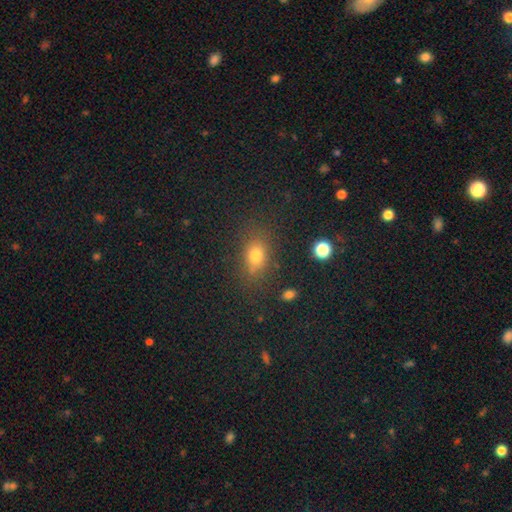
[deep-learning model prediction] Smooth or featured: smooth — 72% (star or artifact — 18%)
How rounded: in between — 65% (round — 30%)
Merging: none — 78% (minor disturbance — 14%)